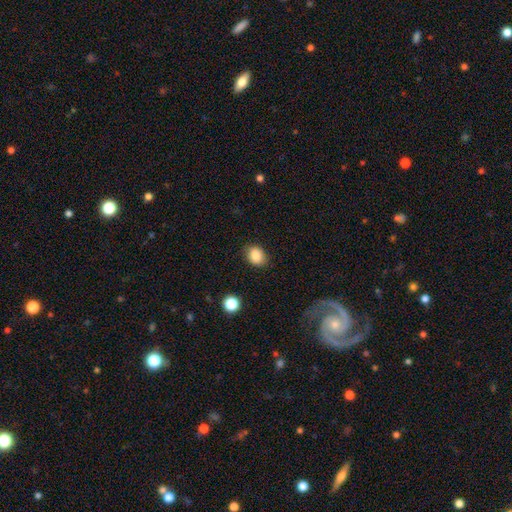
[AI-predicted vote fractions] This is clearly a smooth galaxy (87%). How rounded: possibly in between (58%). Merging: clearly none (83%).